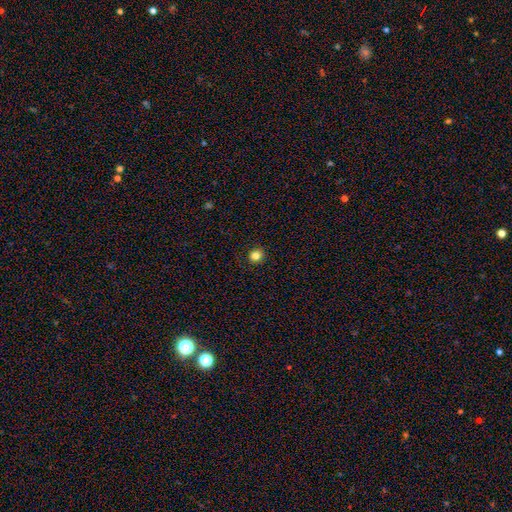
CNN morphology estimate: This appears to be a smooth galaxy with no disk features (82%) that is round (89%). Merging: none (91%).